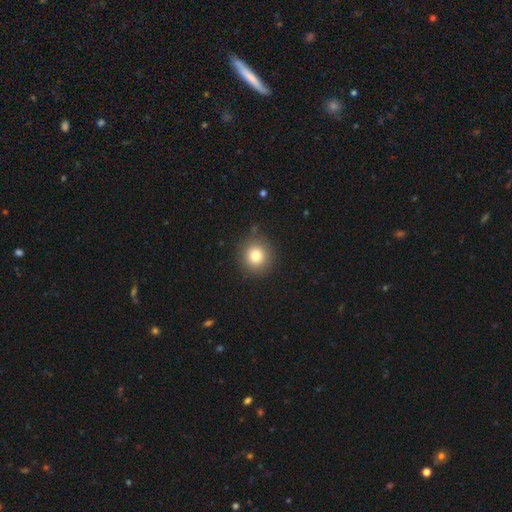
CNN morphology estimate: This is clearly a smooth galaxy (80%). How rounded: clearly round (91%). Merging: clearly none (88%).